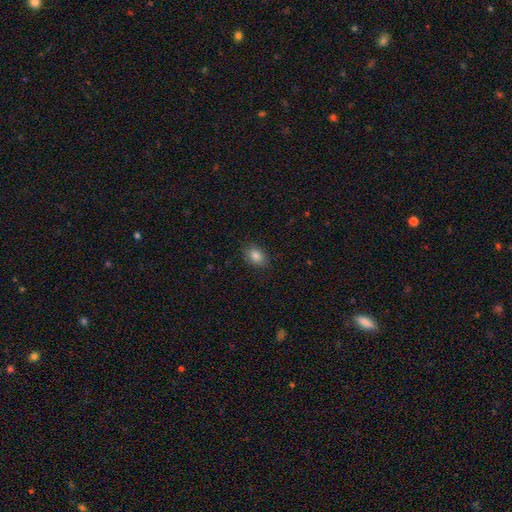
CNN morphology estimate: This appears to be a smooth galaxy with no disk features (85%) that is in between round and cigar-shaped (77%). Merging: none (87%).